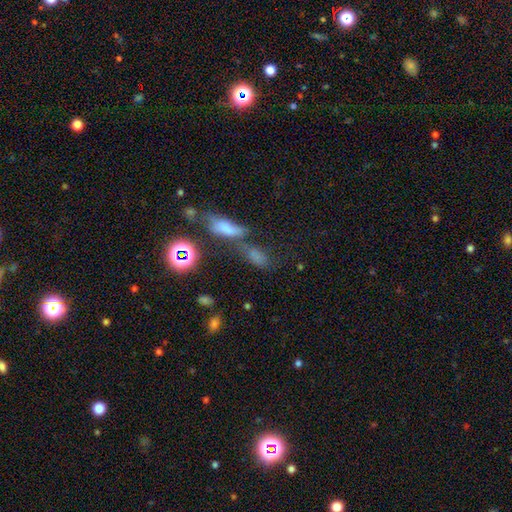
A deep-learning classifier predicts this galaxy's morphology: smooth 57%, star or artifact 29%, featured or disk 14%. Down the decision tree: how rounded — in between (67%); merging — none (39%).